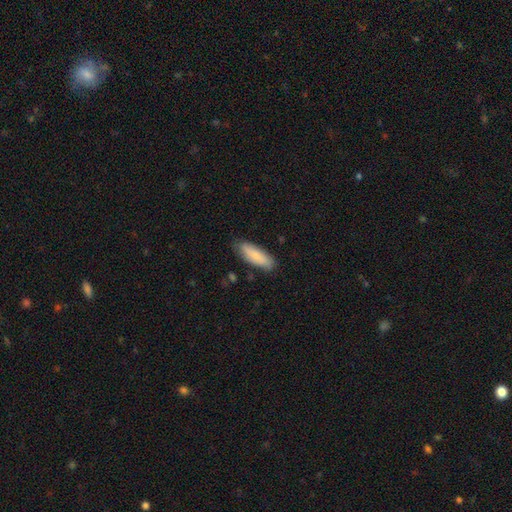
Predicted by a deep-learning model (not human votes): Q: Smooth or featured?
A: smooth (80%); runner-up: featured or disk (14%)
Q: How rounded?
A: in between (60%); runner-up: cigar-shaped (38%)
Q: Merging?
A: none (79%); runner-up: minor disturbance (17%)